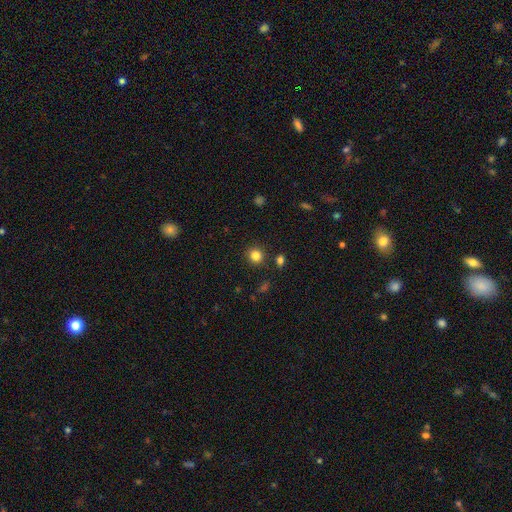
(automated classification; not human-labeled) smooth_or_featured: smooth (p=0.83) [alt: star or artifact p=0.12]
how_rounded: round (p=0.89) [alt: in between p=0.10]
merging: none (p=0.88) [alt: minor disturbance p=0.07]